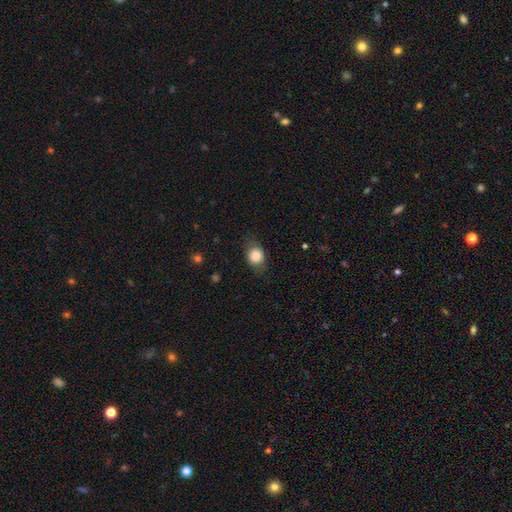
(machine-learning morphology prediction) This is likely a smooth galaxy (80%). How rounded: possibly in between (50%). Merging: likely none (74%).